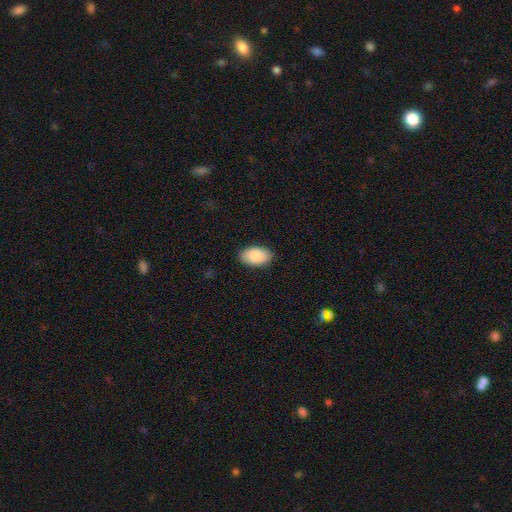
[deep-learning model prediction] Morphology: type=smooth (90%); roundness=in between (94%); merging=none (88%).